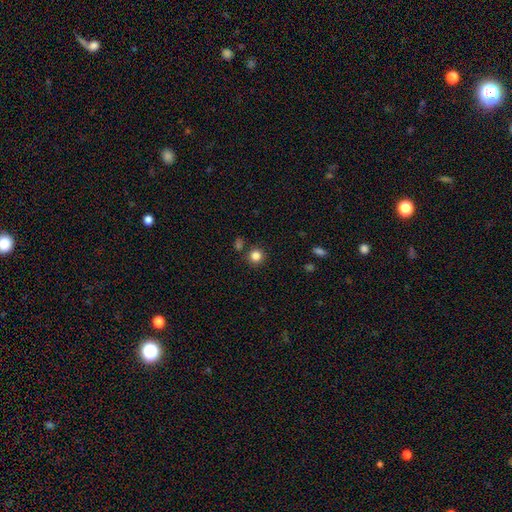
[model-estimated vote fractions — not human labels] smooth 83%, star or artifact 12%, featured or disk 5%. Down the decision tree: how rounded — round (93%); merging — none (85%).